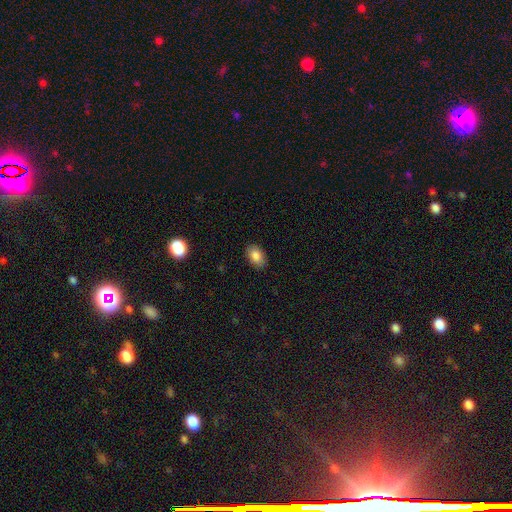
smooth-or-featured: smooth: 82% | featured or disk: 11% | star or artifact: 8%
  how-rounded: in between: 87% | round: 6% | cigar-shaped: 6%
  merging: none: 80% | minor disturbance: 11% | major disturbance: 6% | merger: 3%